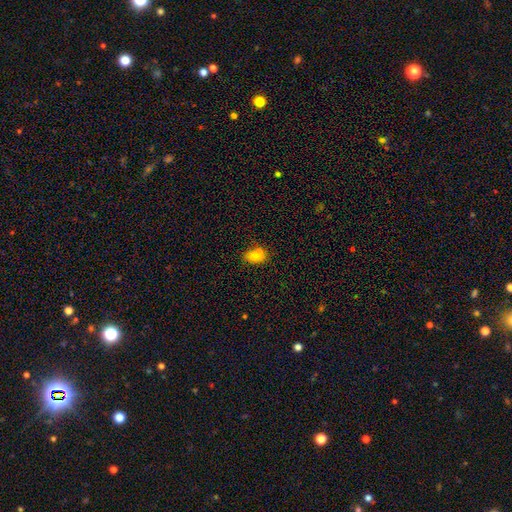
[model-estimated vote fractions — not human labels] smooth_or_featured: smooth (p=0.78) [alt: featured or disk p=0.11]
how_rounded: in between (p=0.81) [alt: round p=0.17]
merging: none (p=0.52) [alt: minor disturbance p=0.22]